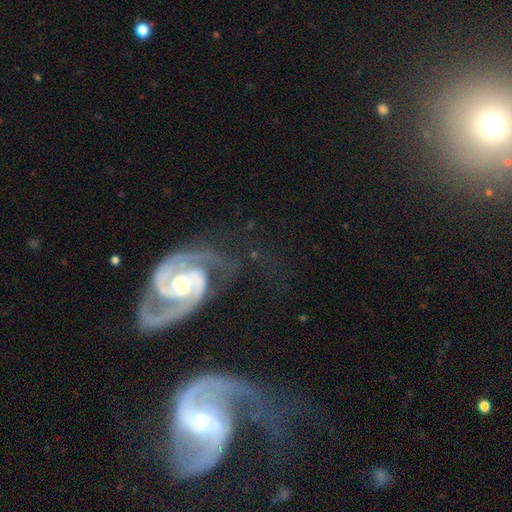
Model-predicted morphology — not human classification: This is clearly a featured or disk galaxy (85%). It is clearly not viewed edge-on (96%). Bar: possibly no (47%). Spiral arm pattern: clearly yes (95%). Spiral arm count: clearly 2 (85%). Spiral winding: possibly medium (50%). Central bulge: possibly moderate (55%). Merging: marginally none (41%).